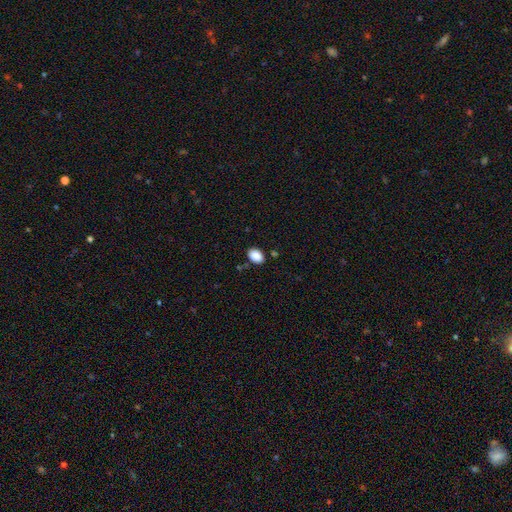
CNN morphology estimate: The model was most divided on "how rounded": in between: 81%, round: 17%, cigar-shaped: 1%. More confident: smooth or featured — smooth (89%); merging — none (82%).